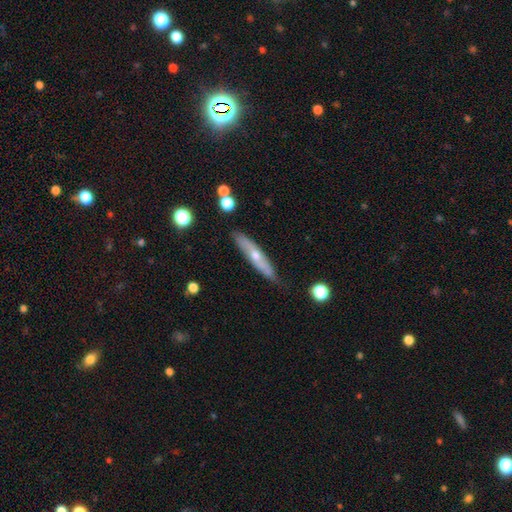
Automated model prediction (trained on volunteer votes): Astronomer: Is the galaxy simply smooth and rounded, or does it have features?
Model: featured or disk — 51% (runner-up: smooth, 42%).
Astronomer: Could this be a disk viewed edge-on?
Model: yes — 74%.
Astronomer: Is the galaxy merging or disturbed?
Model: none — 81%.